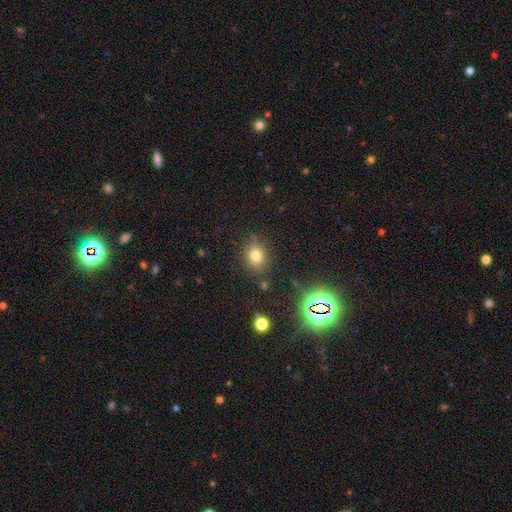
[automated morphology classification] smooth_or_featured: smooth (p=0.74) [alt: star or artifact p=0.17]
how_rounded: round (p=0.53) [alt: in between p=0.46]
merging: none (p=0.81) [alt: minor disturbance p=0.12]